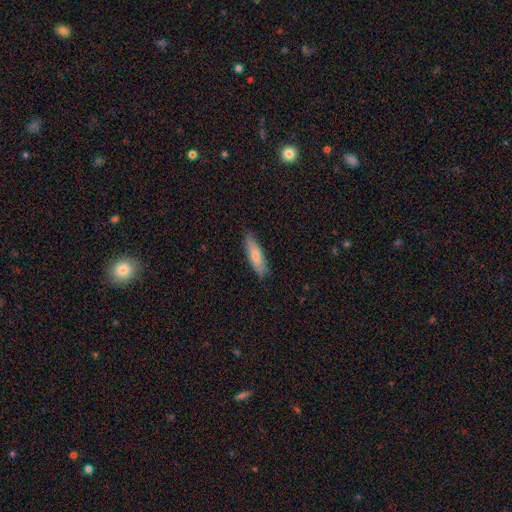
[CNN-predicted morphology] smooth 77%, featured or disk 18%, star or artifact 5%. Down the decision tree: how rounded — cigar-shaped (58%); merging — none (84%).